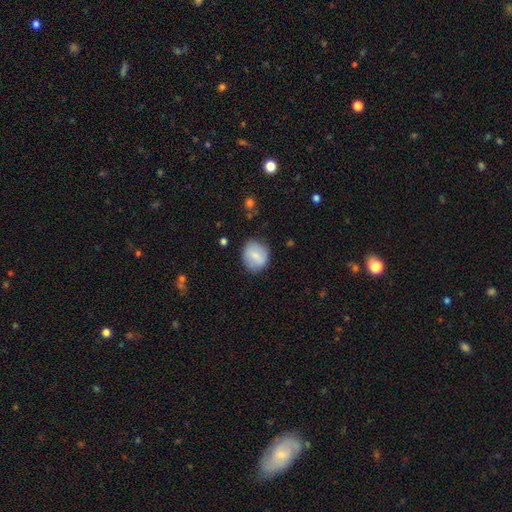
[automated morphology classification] type=smooth (67%); roundness=round (68%); merging=none (79%).